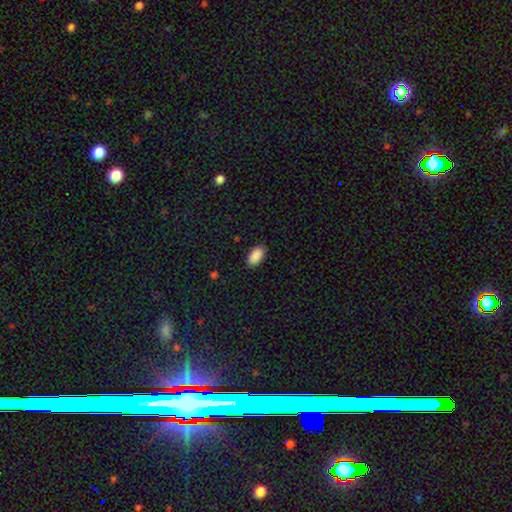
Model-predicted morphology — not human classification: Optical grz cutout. It shows a smooth galaxy with no disk features (90%) that is in between round and cigar-shaped (95%). Merging: none (88%).